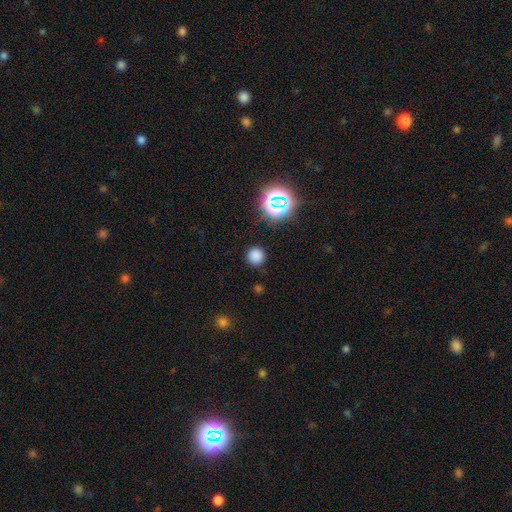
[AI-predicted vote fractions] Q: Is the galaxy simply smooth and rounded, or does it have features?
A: smooth — 76%.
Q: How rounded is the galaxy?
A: round — 93%.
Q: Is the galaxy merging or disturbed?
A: none — 89%.